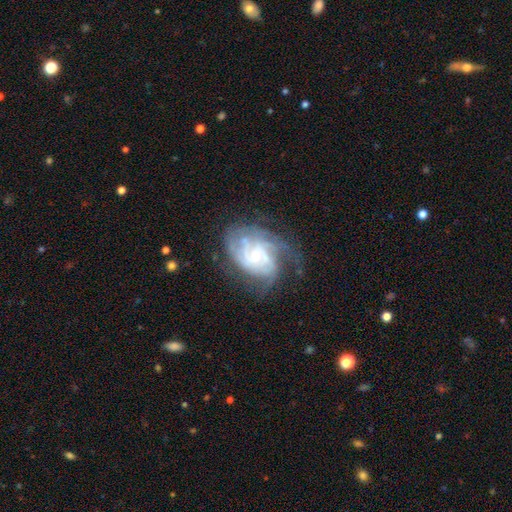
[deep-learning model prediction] smooth_or_featured: featured or disk (p=0.83) [alt: smooth p=0.10]
disk_edge_on: no (p=0.97) [alt: yes p=0.03]
bar: no (p=0.57) [alt: weak p=0.36]
has_spiral_arms: yes (p=0.93) [alt: no p=0.07]
spiral_winding: tight (p=0.50) [alt: medium p=0.38]
spiral_arm_count: can't tell (p=0.36) [alt: 3 p=0.21]
bulge_size: small (p=0.68) [alt: moderate p=0.26]
merging: none (p=0.54) [alt: minor disturbance p=0.24]